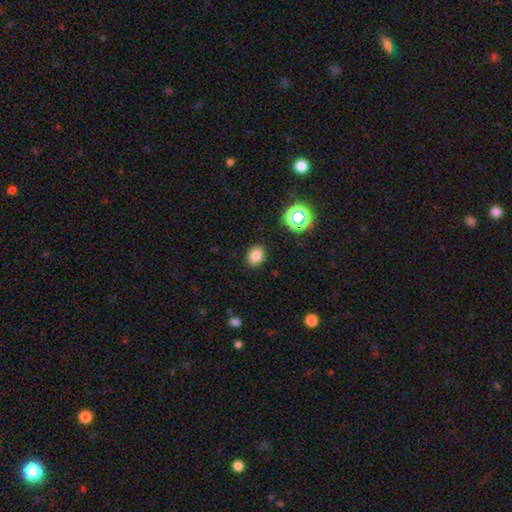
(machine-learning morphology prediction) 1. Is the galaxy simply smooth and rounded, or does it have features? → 80% smooth, 14% star or artifact, 6% featured or disk.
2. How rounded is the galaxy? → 53% in between, 46% round, 1% cigar-shaped.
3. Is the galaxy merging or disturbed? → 87% none, 9% minor disturbance, 3% major disturbance, 2% merger.